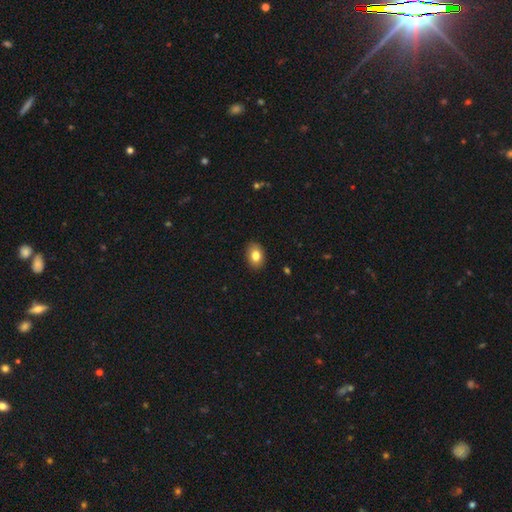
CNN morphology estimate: Overall: smooth (81%). How rounded: in between (79%). Merging: none (89%).